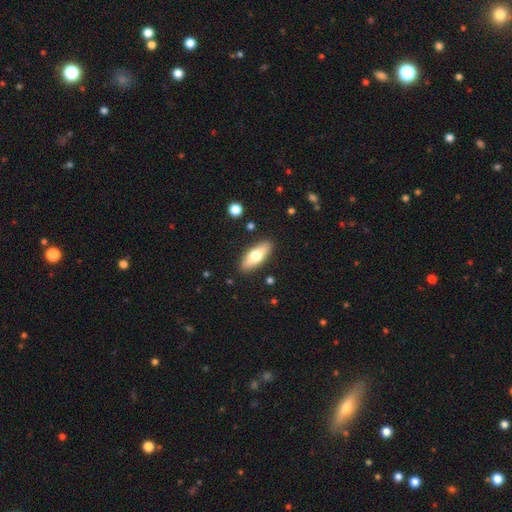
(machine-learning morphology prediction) A smooth galaxy with no disk features (64%) that is in between round and cigar-shaped (71%).

Vote fractions:
- Smooth or featured? smooth: 64% / featured or disk: 30% / star or artifact: 6%
- How rounded? in between: 71% / cigar-shaped: 26% / round: 3%
- Merging? none: 87% / minor disturbance: 9% / major disturbance: 2% / merger: 2%